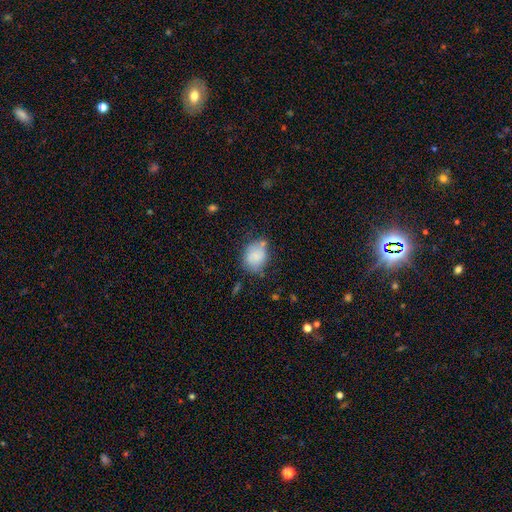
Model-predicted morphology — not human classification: Smooth or featured?
  - smooth: 79% *
  - featured or disk: 13%
  - star or artifact: 9%
How rounded?
  - round: 53% *
  - in between: 46%
  - cigar-shaped: 1%
Merging?
  - none: 57% *
  - minor disturbance: 25%
  - merger: 11%
  - major disturbance: 7%